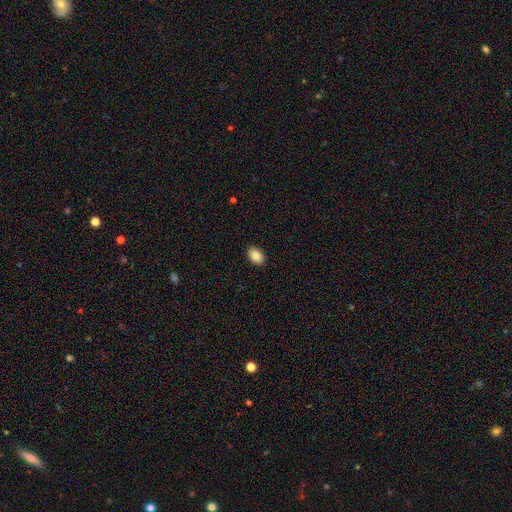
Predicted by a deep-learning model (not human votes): Smooth or featured? smooth (89%)
How rounded? in between (86%)
Merging? none (89%)